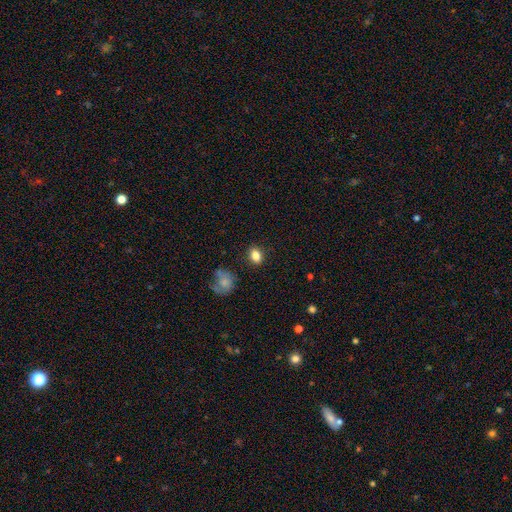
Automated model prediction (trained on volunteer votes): The model was most divided on "how rounded": in between: 68%, round: 30%, cigar-shaped: 2%. More confident: merging — none (85%); smooth or featured — smooth (84%).